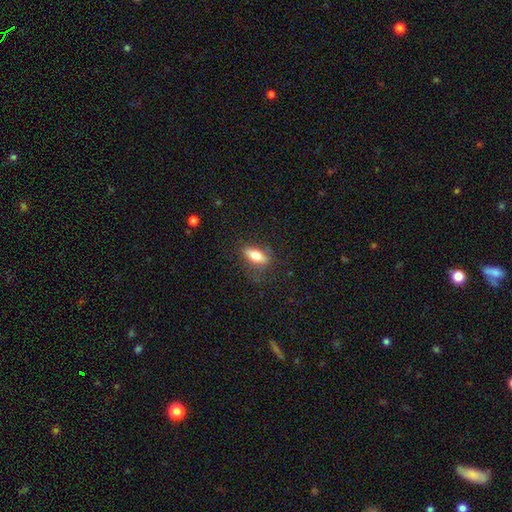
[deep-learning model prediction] Overall: smooth (65%; featured or disk 27%). How rounded: in between (62%; cigar-shaped 34%). Merging: none (76%).